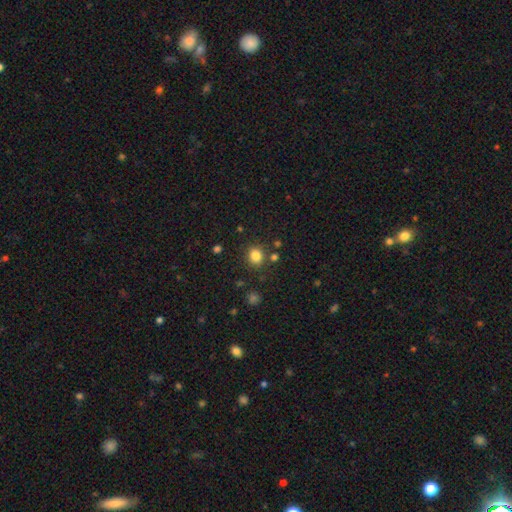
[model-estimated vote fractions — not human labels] This appears to be a smooth galaxy with no disk features (83%) that is round (74%). Merging: none (83%).